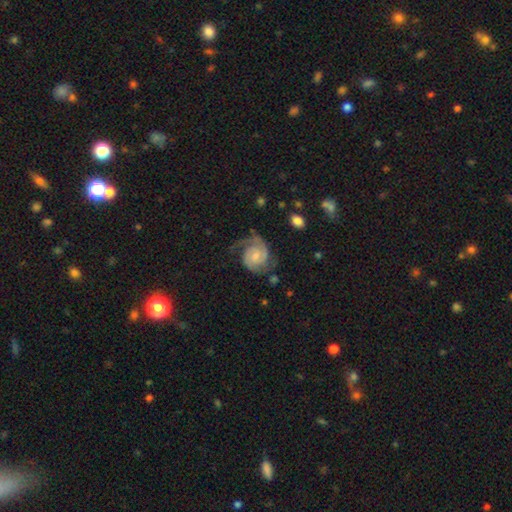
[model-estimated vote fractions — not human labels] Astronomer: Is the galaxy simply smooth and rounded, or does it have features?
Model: featured or disk — 87%.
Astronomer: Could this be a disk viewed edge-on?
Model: no — 98%.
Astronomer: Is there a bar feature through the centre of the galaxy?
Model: no — 59% (runner-up: weak, 35%).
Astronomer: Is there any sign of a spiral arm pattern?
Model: yes — 97%.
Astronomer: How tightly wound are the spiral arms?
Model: tight — 43% (runner-up: medium, 42%).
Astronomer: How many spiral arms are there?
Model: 2 — 78%.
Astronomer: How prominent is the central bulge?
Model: small — 54% (runner-up: moderate, 34%).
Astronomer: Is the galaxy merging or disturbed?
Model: none — 61%.